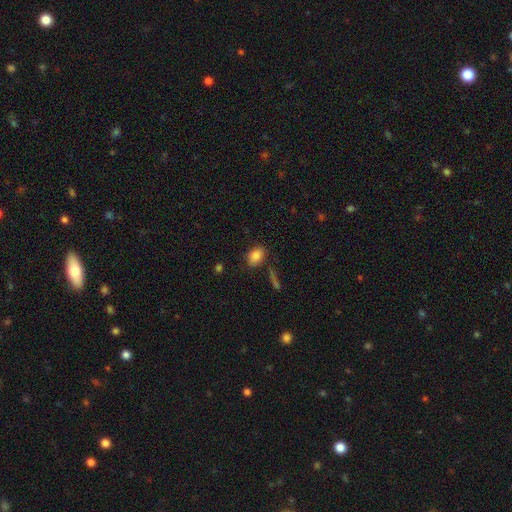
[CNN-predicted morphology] smooth 85%, star or artifact 9%, featured or disk 6%. Down the decision tree: how rounded — in between (79%); merging — none (81%).